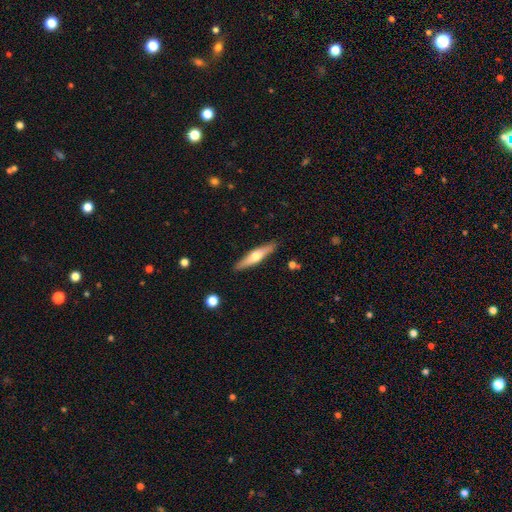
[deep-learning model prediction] Smooth or featured? Predicted: featured or disk (p=0.58). Edge-on disk? Predicted: yes (p=0.95). Edge-on bulge? Predicted: rounded (p=0.93). Merging? Predicted: none (p=0.89).